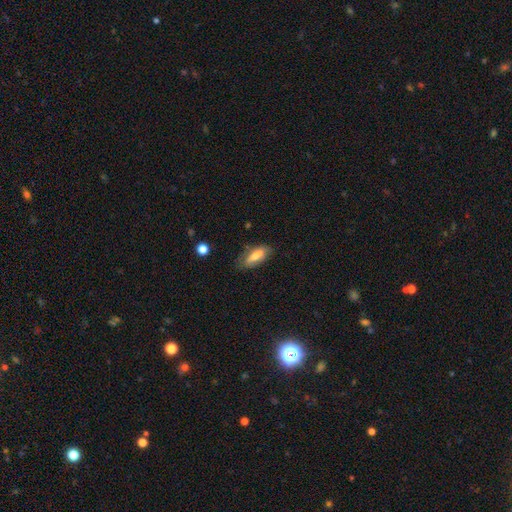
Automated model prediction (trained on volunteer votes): Smooth or featured?
  - smooth: 64% *
  - featured or disk: 28%
  - star or artifact: 7%
How rounded?
  - in between: 72% *
  - cigar-shaped: 25%
  - round: 2%
Merging?
  - none: 71% *
  - minor disturbance: 21%
  - major disturbance: 5%
  - merger: 2%